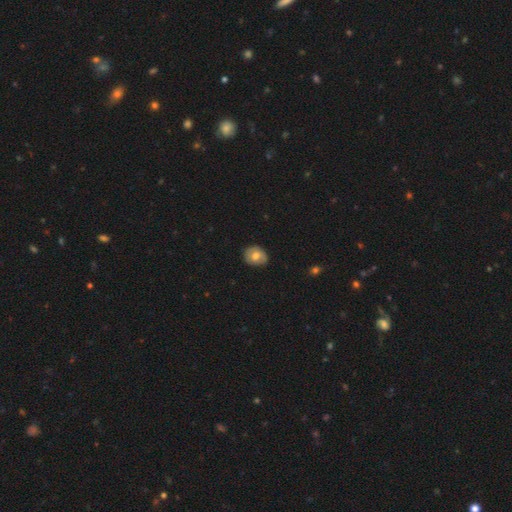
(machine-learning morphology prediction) type=smooth (68%); roundness=round (54%); merging=none (78%).